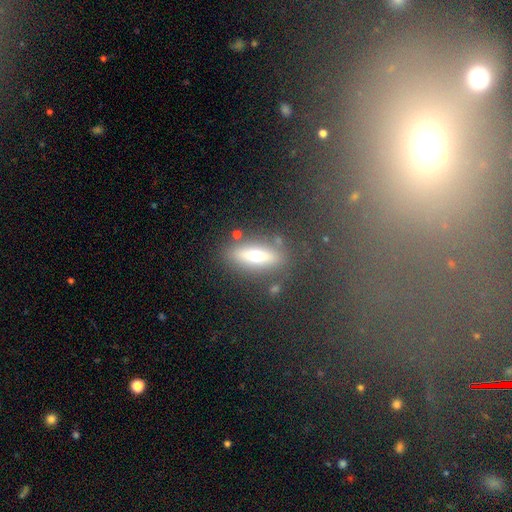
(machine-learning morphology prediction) Smooth or featured?
  - smooth: 54% *
  - featured or disk: 36%
  - star or artifact: 10%
How rounded?
  - cigar-shaped: 49% *
  - in between: 47%
  - round: 4%
Merging?
  - none: 80% *
  - minor disturbance: 11%
  - merger: 5%
  - major disturbance: 4%